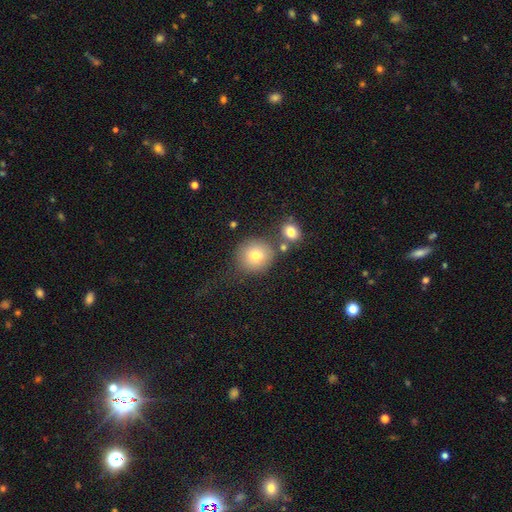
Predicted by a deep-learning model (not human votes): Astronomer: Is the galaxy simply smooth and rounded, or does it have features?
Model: smooth — 76%.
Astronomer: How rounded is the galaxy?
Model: round — 88%.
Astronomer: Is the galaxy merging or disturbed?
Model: none — 71%.